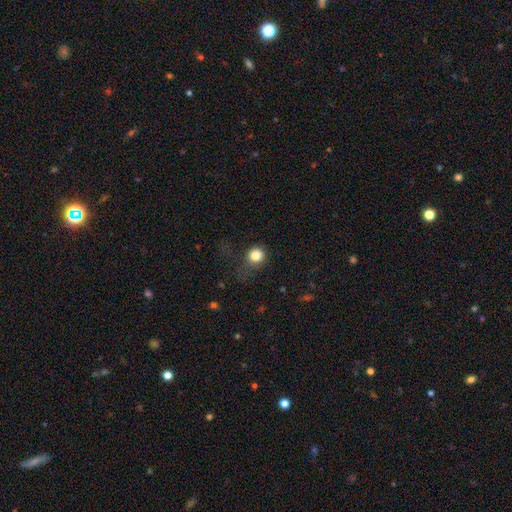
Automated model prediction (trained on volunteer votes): smooth-or-featured: smooth: 82% | star or artifact: 12% | featured or disk: 6%
  how-rounded: round: 87% | in between: 12% | cigar-shaped: 1%
  merging: none: 60% | minor disturbance: 22% | major disturbance: 16% | merger: 2%